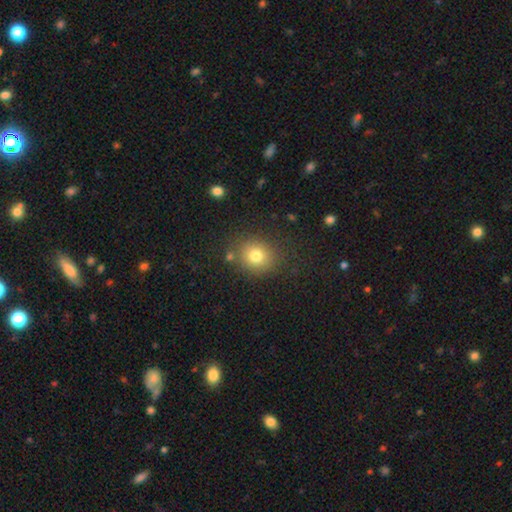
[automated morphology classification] Smooth or featured: smooth — 78% (star or artifact — 13%)
How rounded: round — 77% (in between — 22%)
Merging: none — 81% (minor disturbance — 11%)